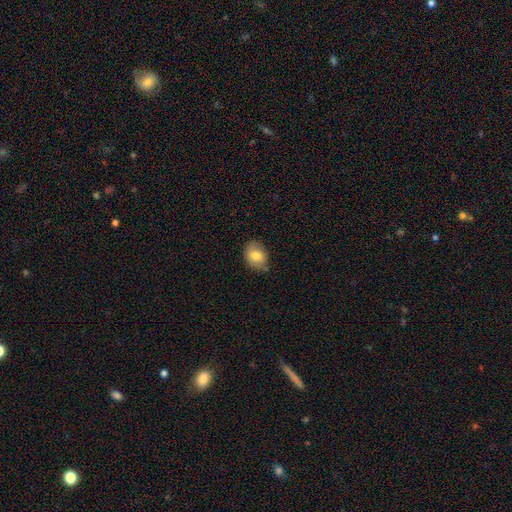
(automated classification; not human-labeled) Smooth or featured?
  - smooth: 78% *
  - featured or disk: 14%
  - star or artifact: 8%
How rounded?
  - in between: 66% *
  - round: 33%
  - cigar-shaped: 1%
Merging?
  - none: 70% *
  - minor disturbance: 24%
  - major disturbance: 4%
  - merger: 2%